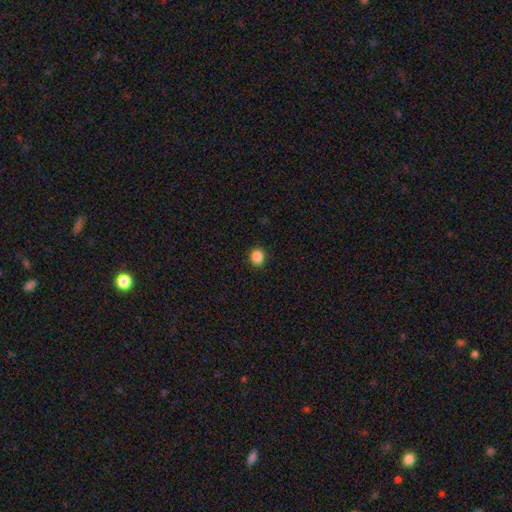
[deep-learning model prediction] smooth 87%, star or artifact 10%, featured or disk 3%. Down the decision tree: how rounded — round (65%); merging — none (90%).